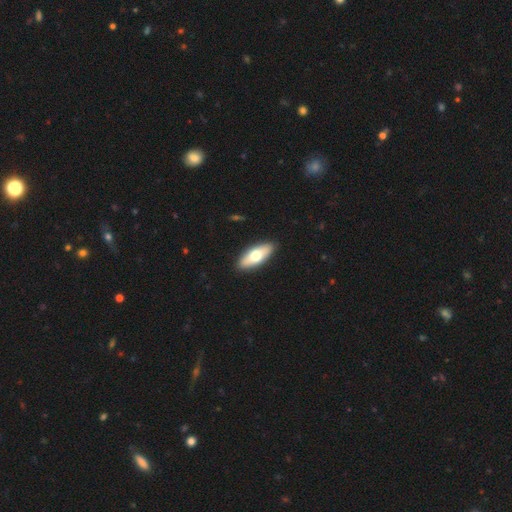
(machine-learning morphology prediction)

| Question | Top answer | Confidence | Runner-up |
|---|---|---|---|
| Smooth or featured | smooth | 63% | featured or disk (32%) |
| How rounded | in between | 72% | cigar-shaped (26%) |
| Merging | none | 90% | minor disturbance (7%) |